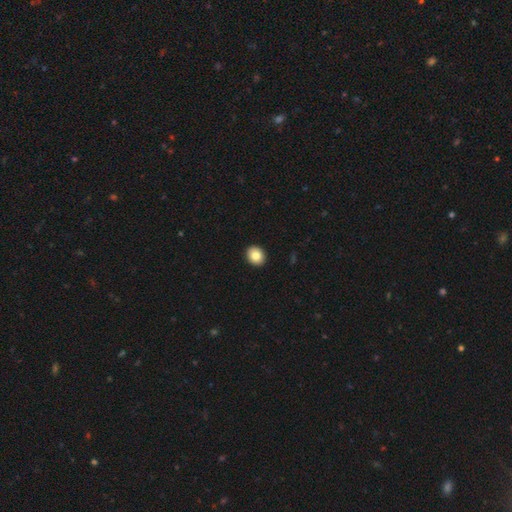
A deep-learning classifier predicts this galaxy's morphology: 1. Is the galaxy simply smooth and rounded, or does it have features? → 83% smooth, 9% featured or disk, 9% star or artifact.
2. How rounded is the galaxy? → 64% round, 35% in between, 1% cigar-shaped.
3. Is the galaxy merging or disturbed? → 93% none, 5% minor disturbance, 1% major disturbance, 1% merger.